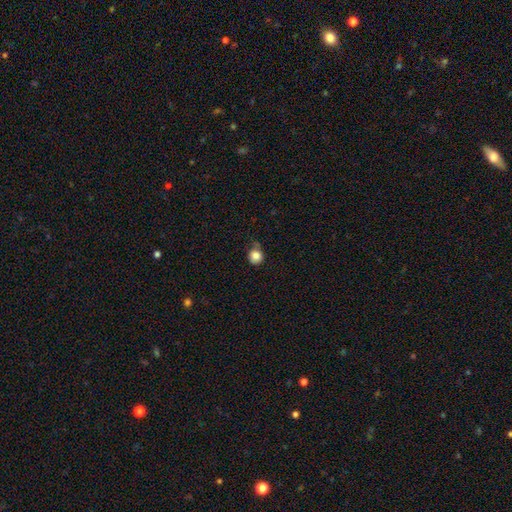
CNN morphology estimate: smooth_or_featured: smooth (p=0.83) [alt: star or artifact p=0.10]
how_rounded: round (p=0.81) [alt: in between p=0.18]
merging: none (p=0.56) [alt: minor disturbance p=0.31]